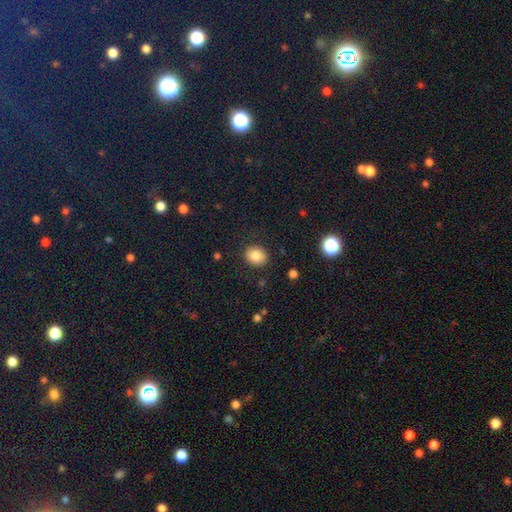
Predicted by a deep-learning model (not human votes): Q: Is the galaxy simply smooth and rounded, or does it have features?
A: smooth — 84%.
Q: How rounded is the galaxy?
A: round — 60%.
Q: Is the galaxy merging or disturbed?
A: none — 87%.